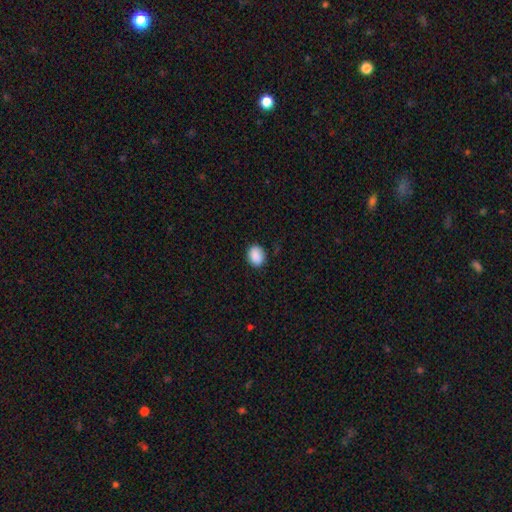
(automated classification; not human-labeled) Smooth or featured? Predicted: smooth (p=0.89). How rounded? Predicted: in between (p=0.57). Merging? Predicted: none (p=0.83).